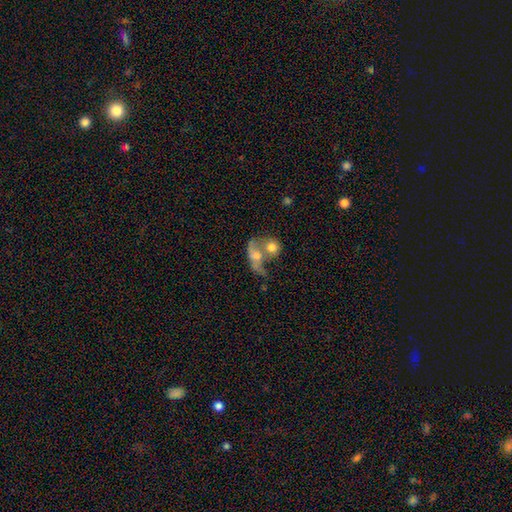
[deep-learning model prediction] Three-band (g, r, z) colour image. It shows a smooth galaxy with no disk features (51%) that is in between round and cigar-shaped (57%). Merging: merger (62%).